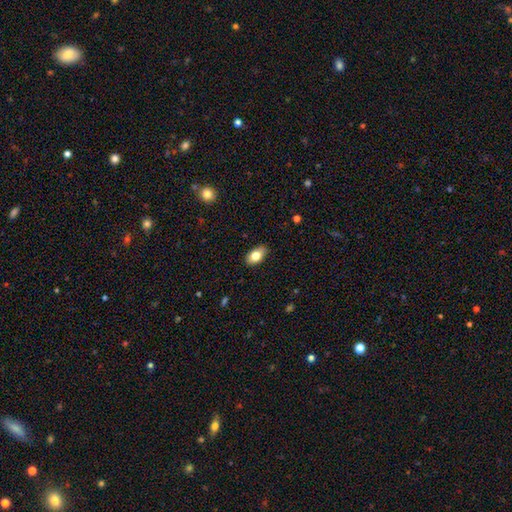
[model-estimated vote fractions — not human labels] Smooth or featured? Predicted: smooth (p=0.79). How rounded? Predicted: in between (p=0.92). Merging? Predicted: none (p=0.88).